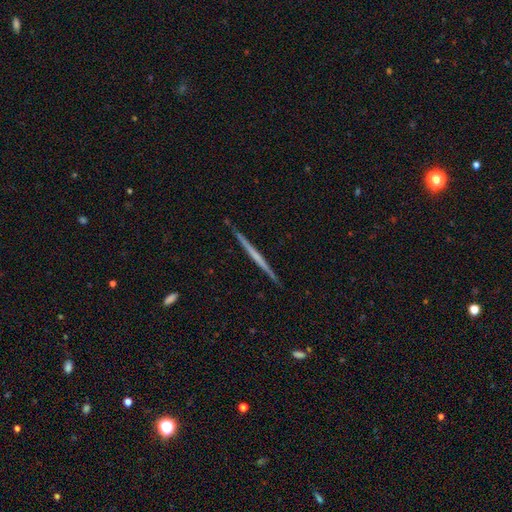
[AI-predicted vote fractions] Smooth or featured?
  - featured or disk: 62% *
  - smooth: 33%
  - star or artifact: 5%
Edge-on disk?
  - yes: 98% *
  - no: 2%
Edge-on bulge?
  - none: 86% *
  - rounded: 9%
  - boxy: 5%
Merging?
  - none: 92% *
  - minor disturbance: 6%
  - major disturbance: 1%
  - merger: 1%